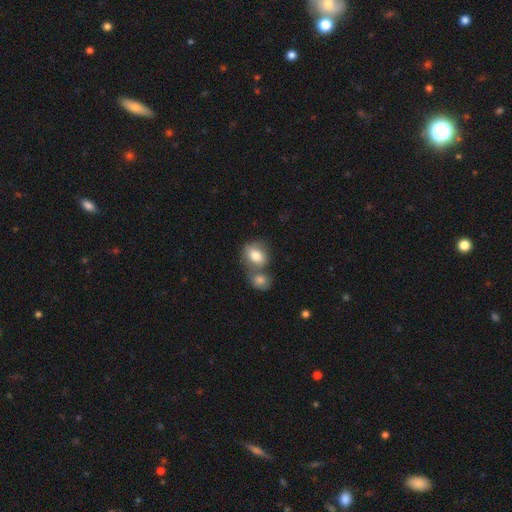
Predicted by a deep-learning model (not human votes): Smooth or featured? Predicted: smooth (p=0.79). How rounded? Predicted: in between (p=0.55). Merging? Predicted: merger (p=0.51).